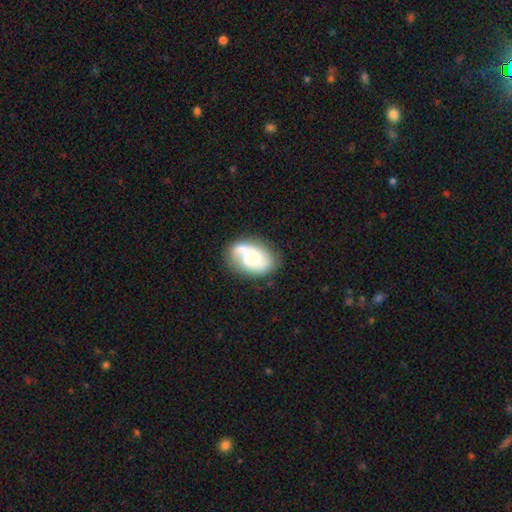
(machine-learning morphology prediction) A featured or disk galaxy (51%). Merging: none (52%).